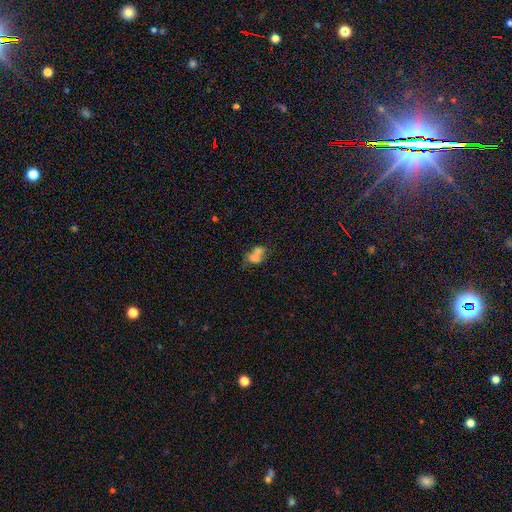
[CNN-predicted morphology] Smooth or featured: smooth — 64% (featured or disk — 22%)
How rounded: in between — 63% (round — 35%)
Merging: merger — 61% (none — 22%)